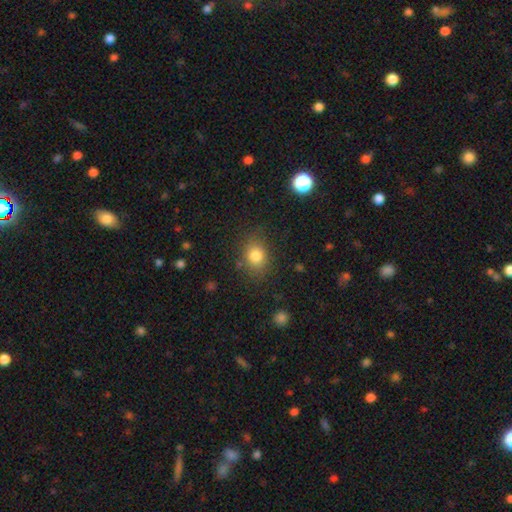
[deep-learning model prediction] This appears to be a smooth galaxy with no disk features (81%) that is round (51%). Merging: none (79%).